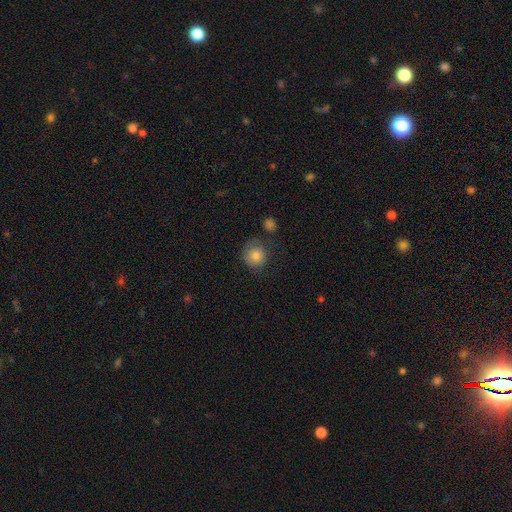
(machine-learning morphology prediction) Smooth or featured?
  - smooth: 82% *
  - star or artifact: 9%
  - featured or disk: 8%
How rounded?
  - round: 86% *
  - in between: 13%
  - cigar-shaped: 1%
Merging?
  - none: 66% *
  - minor disturbance: 21%
  - major disturbance: 8%
  - merger: 6%